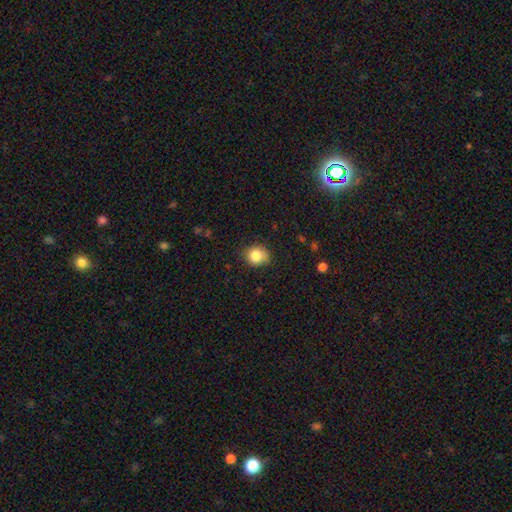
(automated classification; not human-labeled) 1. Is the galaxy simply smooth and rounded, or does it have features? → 84% smooth, 10% star or artifact, 6% featured or disk.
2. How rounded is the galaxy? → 72% round, 28% in between, 1% cigar-shaped.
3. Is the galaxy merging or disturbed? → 77% none, 18% minor disturbance, 3% major disturbance, 1% merger.